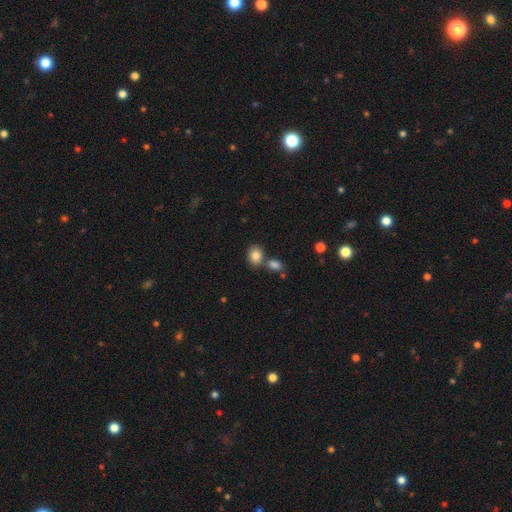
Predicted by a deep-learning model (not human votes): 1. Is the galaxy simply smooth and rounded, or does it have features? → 84% smooth, 9% star or artifact, 6% featured or disk.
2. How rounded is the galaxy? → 57% in between, 42% round, 1% cigar-shaped.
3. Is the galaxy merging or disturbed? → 62% none, 24% merger, 10% minor disturbance, 3% major disturbance.